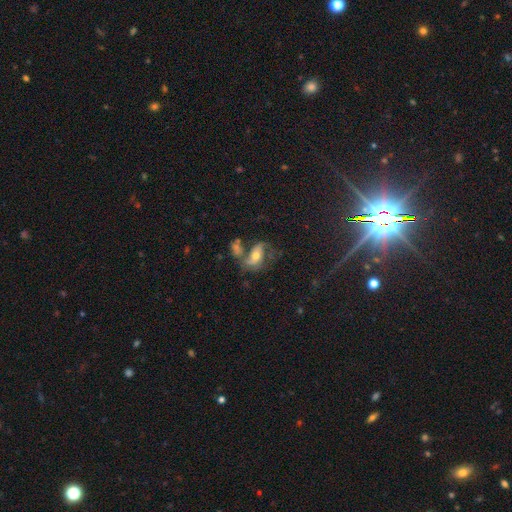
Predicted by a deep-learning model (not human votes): Smooth or featured? Predicted: featured or disk (p=0.52). Edge-on disk? Predicted: no (p=0.80). Merging? Predicted: none (p=0.46).